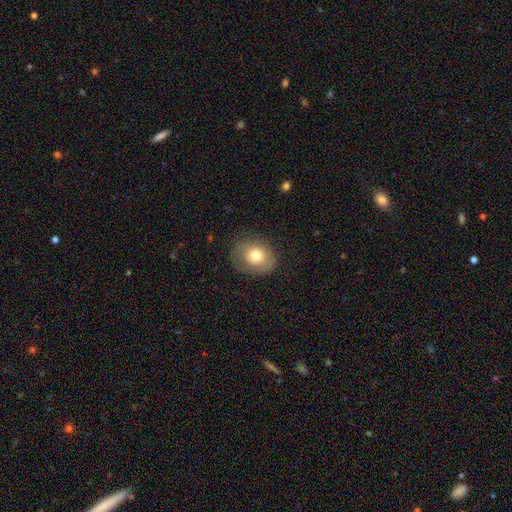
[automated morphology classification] This appears to be a smooth galaxy with no disk features (74%) that is in between round and cigar-shaped (50%). Merging: none (75%).